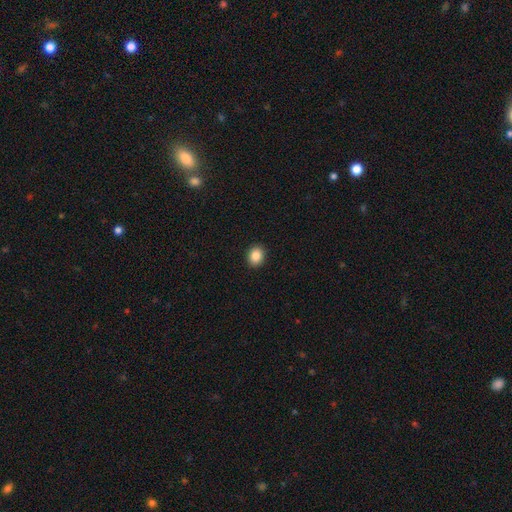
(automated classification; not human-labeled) Morphology: type=smooth (86%); roundness=round (66%); merging=none (92%).